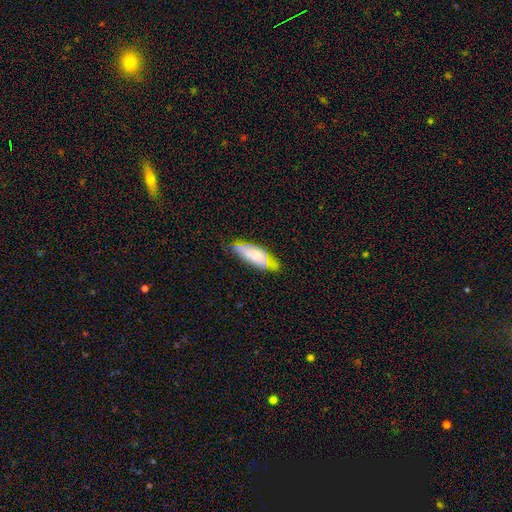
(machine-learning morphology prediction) Smooth or featured? Predicted: smooth (p=0.49). Merging? Predicted: none (p=0.63).